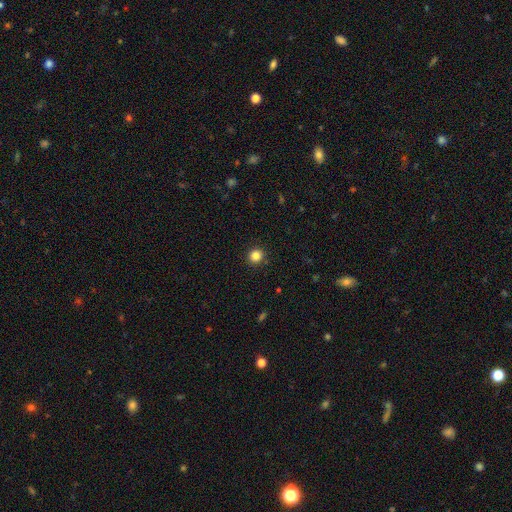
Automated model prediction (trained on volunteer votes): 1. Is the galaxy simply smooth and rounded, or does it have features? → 85% smooth, 11% star or artifact, 4% featured or disk.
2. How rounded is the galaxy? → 92% round, 7% in between, 1% cigar-shaped.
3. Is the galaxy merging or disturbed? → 92% none, 5% minor disturbance, 2% major disturbance, 1% merger.